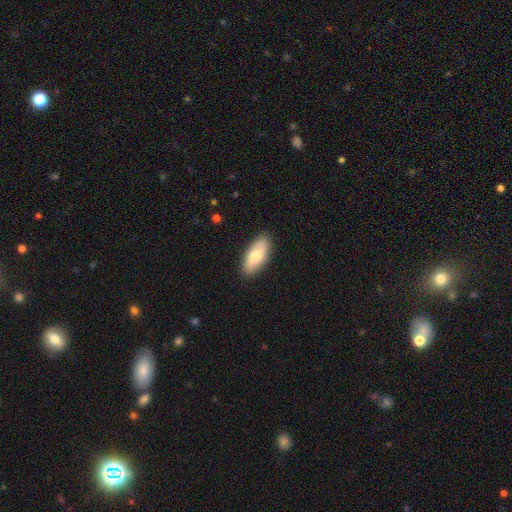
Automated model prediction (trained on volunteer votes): Smooth or featured: smooth — 67% (featured or disk — 27%)
How rounded: in between — 86% (cigar-shaped — 11%)
Merging: none — 88% (minor disturbance — 9%)